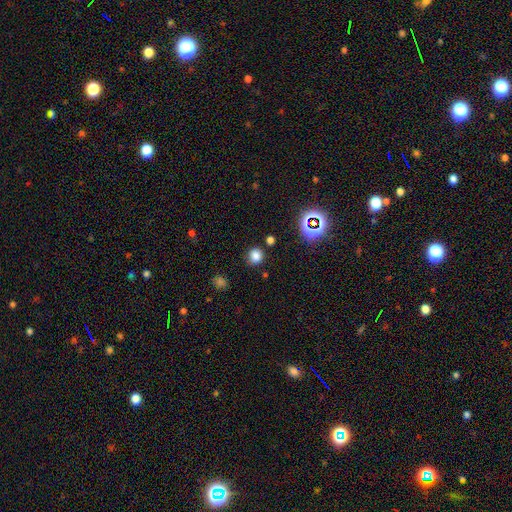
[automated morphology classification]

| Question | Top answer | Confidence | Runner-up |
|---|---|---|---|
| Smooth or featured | smooth | 77% | star or artifact (18%) |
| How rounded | round | 84% | in between (15%) |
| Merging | none | 81% | minor disturbance (11%) |